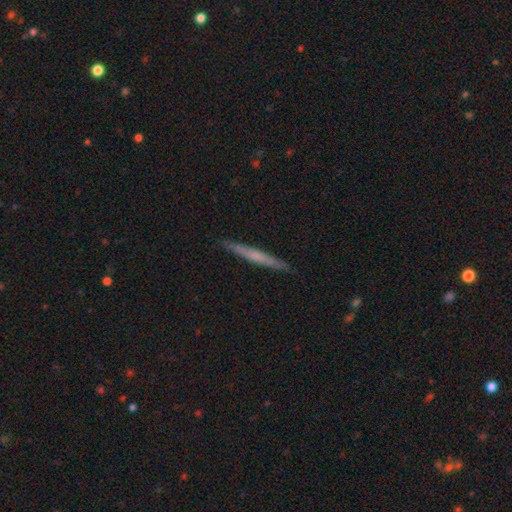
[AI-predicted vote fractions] Morphology: type=featured or disk (49%); merging=none (92%).